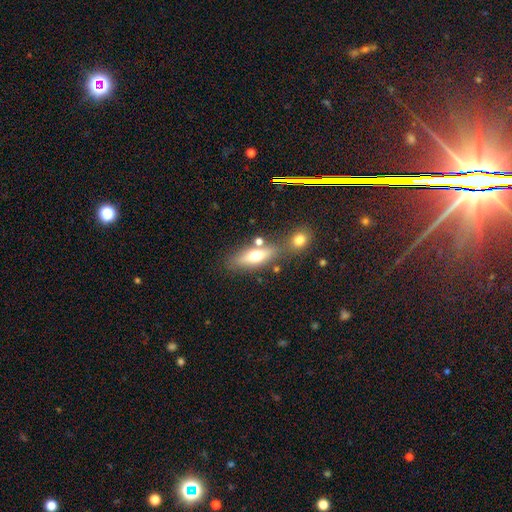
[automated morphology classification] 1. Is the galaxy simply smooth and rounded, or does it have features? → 62% smooth, 30% featured or disk, 8% star or artifact.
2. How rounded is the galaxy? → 62% in between, 32% cigar-shaped, 6% round.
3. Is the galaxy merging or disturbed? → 60% none, 22% merger, 13% minor disturbance, 5% major disturbance.